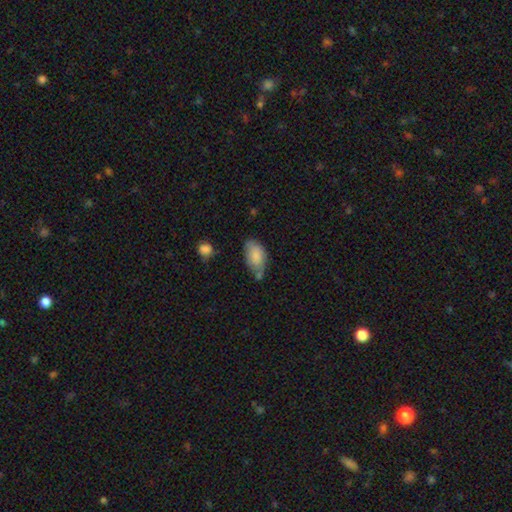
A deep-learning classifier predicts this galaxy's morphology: This appears to be a smooth galaxy with no disk features (81%) that is in between round and cigar-shaped (93%). Merging: none (47%).